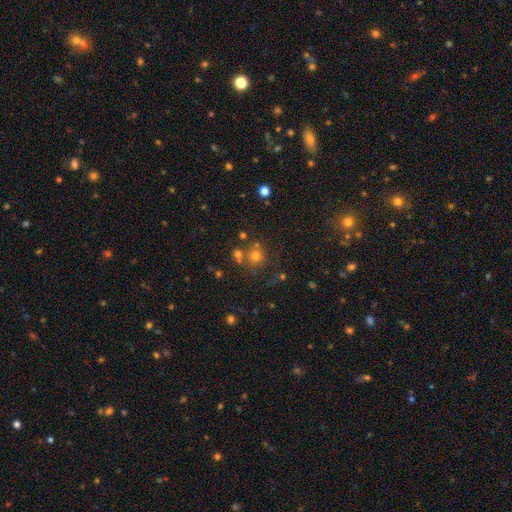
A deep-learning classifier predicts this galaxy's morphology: The model was most divided on "smooth or featured": smooth: 64%, star or artifact: 24%, featured or disk: 12%. More confident: how rounded — round (90%); merging — none (65%).